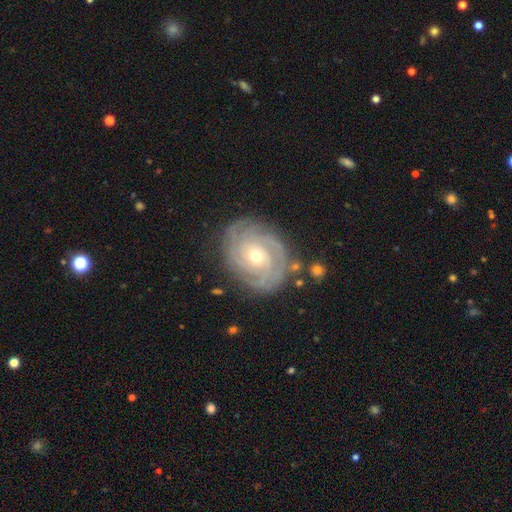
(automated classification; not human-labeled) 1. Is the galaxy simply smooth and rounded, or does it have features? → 88% featured or disk, 6% smooth, 6% star or artifact.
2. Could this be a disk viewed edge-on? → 97% no, 3% yes.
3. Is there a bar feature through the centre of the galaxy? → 70% no, 23% weak, 7% strong.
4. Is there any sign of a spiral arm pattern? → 98% yes, 2% no.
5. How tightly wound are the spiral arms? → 83% tight, 15% medium, 3% loose.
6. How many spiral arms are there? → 29% 3, 20% can't tell, 20% 4, 17% 2, 8% more than 4, 6% 1.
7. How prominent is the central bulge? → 49% moderate, 48% small, 1% large, 1% none, 1% dominant.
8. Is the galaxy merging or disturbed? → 81% none, 13% minor disturbance, 4% major disturbance, 2% merger.